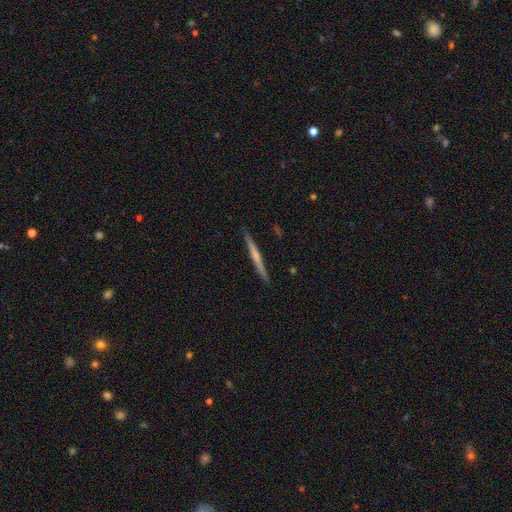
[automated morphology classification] Smooth or featured: featured or disk — 55% (smooth — 40%)
Edge-on disk: yes — 98% (no — 2%)
Edge-on bulge: none — 66% (rounded — 26%)
Merging: none — 92% (minor disturbance — 6%)